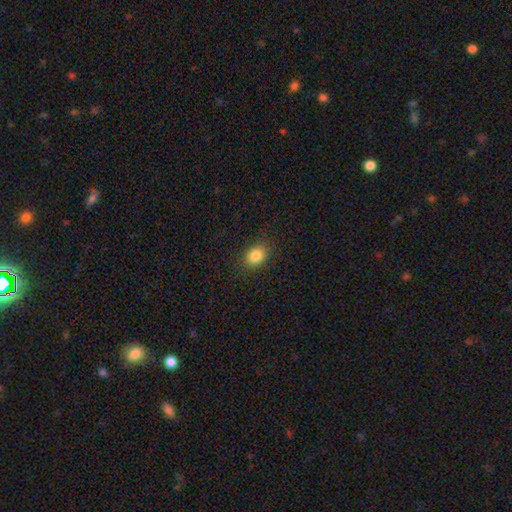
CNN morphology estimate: Smooth or featured? smooth (85%)
How rounded? in between (67%)
Merging? none (87%)